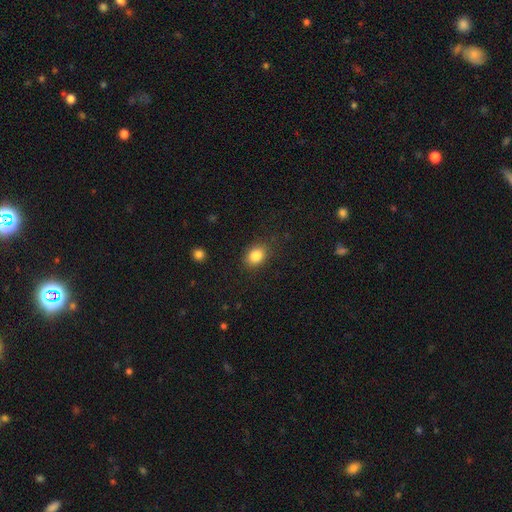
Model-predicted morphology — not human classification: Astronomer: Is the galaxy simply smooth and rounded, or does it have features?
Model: smooth — 86%.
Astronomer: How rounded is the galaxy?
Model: in between — 60% (runner-up: round, 39%).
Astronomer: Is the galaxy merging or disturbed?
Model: none — 83%.